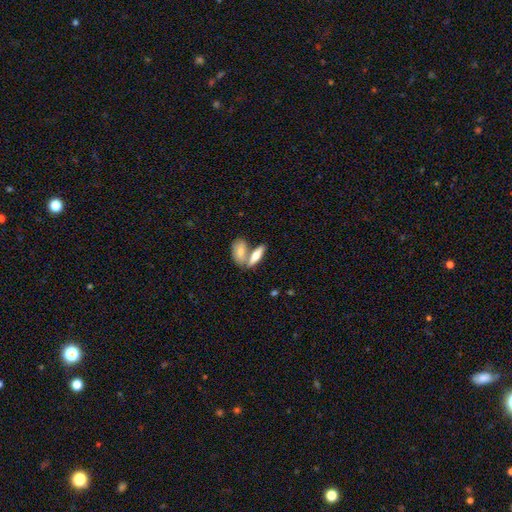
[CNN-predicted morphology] Q: Smooth or featured?
A: smooth (67%); runner-up: featured or disk (27%)
Q: How rounded?
A: in between (57%); runner-up: cigar-shaped (39%)
Q: Merging?
A: merger (50%); runner-up: none (39%)